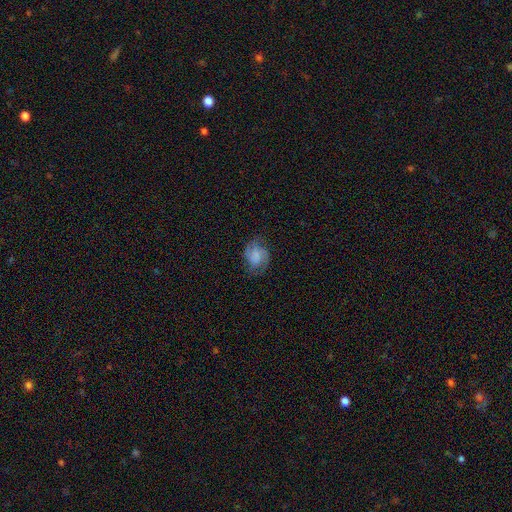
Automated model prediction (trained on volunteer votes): Smooth or featured: featured or disk — 62% (smooth — 29%)
Edge-on disk: no — 98% (yes — 2%)
Bar: no — 55% (weak — 36%)
Spiral arms: yes — 92% (no — 8%)
Spiral winding: medium — 49% (tight — 31%)
Spiral arm count: 2 — 74% (can't tell — 10%)
Bulge size: none — 51% (small — 23%)
Merging: none — 69% (minor disturbance — 19%)